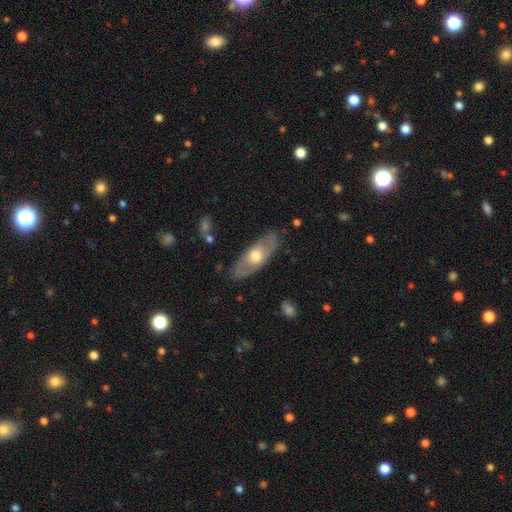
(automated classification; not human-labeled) Smooth or featured: featured or disk — 51% (smooth — 44%)
Edge-on disk: no — 68% (yes — 32%)
Merging: none — 82% (minor disturbance — 13%)